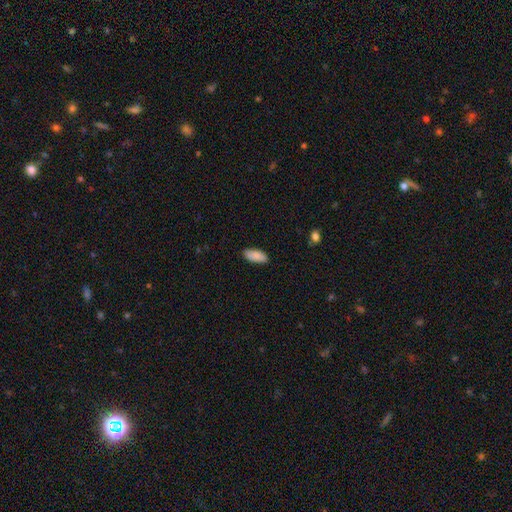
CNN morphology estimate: smooth 88%, star or artifact 6%, featured or disk 6%. Down the decision tree: how rounded — in between (87%); merging — none (88%).